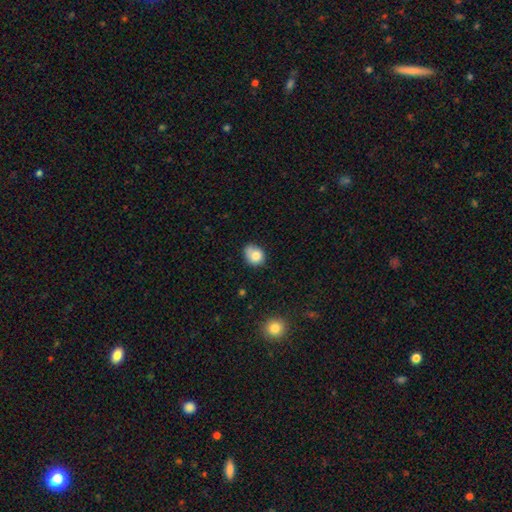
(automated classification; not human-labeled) The model was most divided on "merging": none: 51%, minor disturbance: 34%, major disturbance: 8%, merger: 7%. More confident: smooth or featured — smooth (79%); how rounded — round (59%).